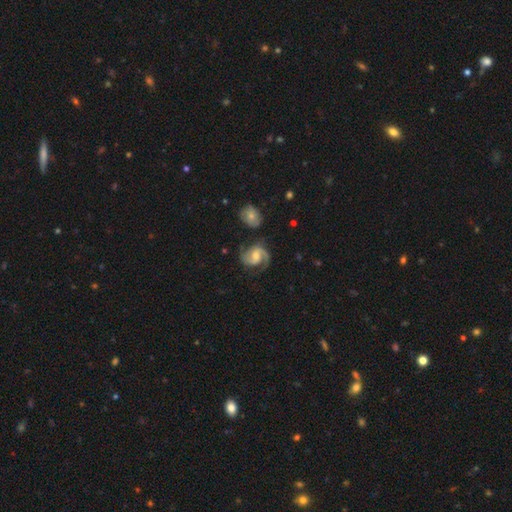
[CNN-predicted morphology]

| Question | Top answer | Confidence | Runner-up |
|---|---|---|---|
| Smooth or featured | featured or disk | 87% | smooth (8%) |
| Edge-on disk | no | 98% | yes (2%) |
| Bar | weak | 49% | no (36%) |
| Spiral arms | yes | 97% | no (3%) |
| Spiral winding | medium | 58% | tight (22%) |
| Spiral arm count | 2 | 89% | 1 (4%) |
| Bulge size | moderate | 46% | small (35%) |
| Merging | none | 68% | minor disturbance (17%) |